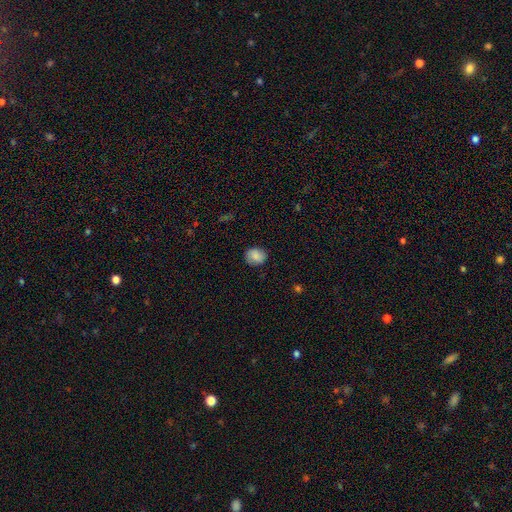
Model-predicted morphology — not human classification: Q: Smooth or featured?
A: smooth (82%); runner-up: featured or disk (9%)
Q: How rounded?
A: round (68%); runner-up: in between (31%)
Q: Merging?
A: none (84%); runner-up: minor disturbance (12%)